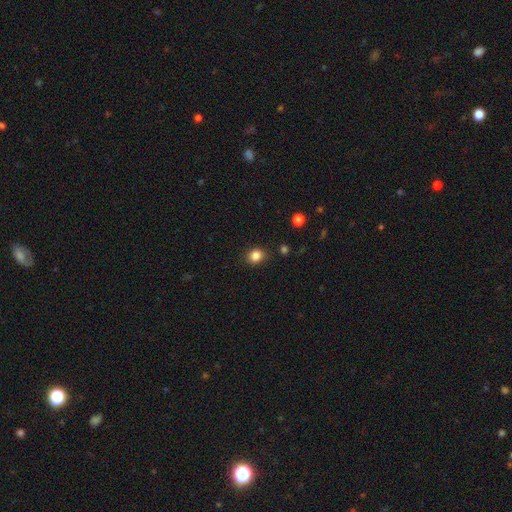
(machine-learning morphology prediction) Overall: smooth (84%). How rounded: round (66%; in between 33%). Merging: none (87%).